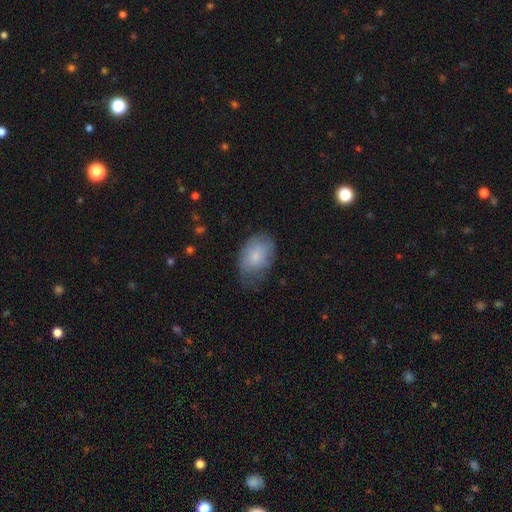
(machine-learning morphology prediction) The model was most divided on "merging": none: 47%, minor disturbance: 37%, major disturbance: 15%, merger: 1%. More confident: how rounded — in between (84%); smooth or featured — smooth (74%).